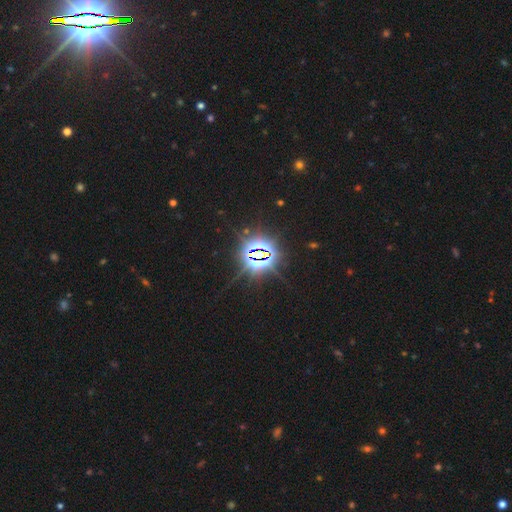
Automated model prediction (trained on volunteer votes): star or artifact 85%, smooth 7%, featured or disk 7%.